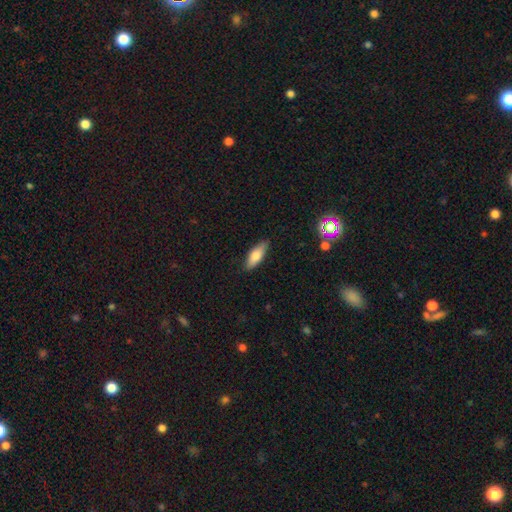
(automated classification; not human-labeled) Overall: smooth (76%). How rounded: in between (70%). Merging: none (85%).